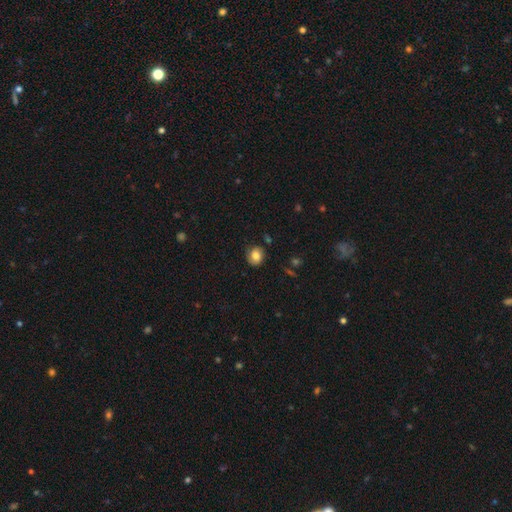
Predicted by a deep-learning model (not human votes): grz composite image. It shows a smooth galaxy with no disk features (75%) that is round (73%). Merging: none (77%).